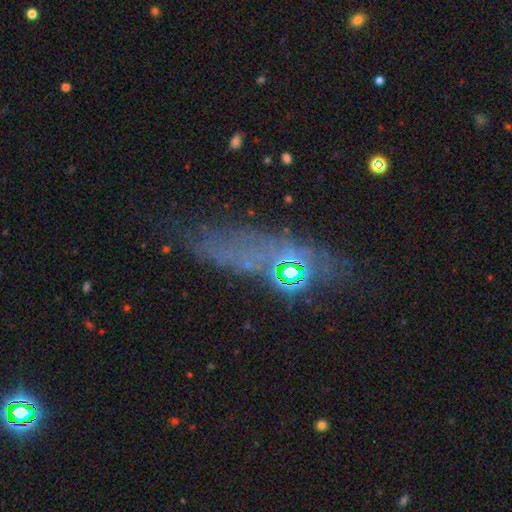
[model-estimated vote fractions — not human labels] smooth 38%, star or artifact 33%, featured or disk 29%. Down the decision tree: merging — none (62%).